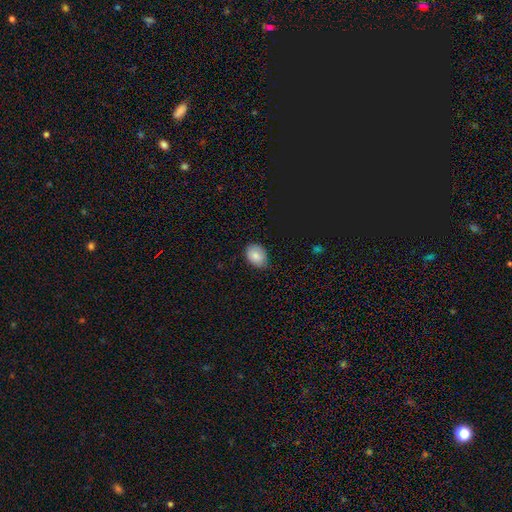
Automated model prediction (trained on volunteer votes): A smooth galaxy with no disk features (83%) that is in between round and cigar-shaped (68%). Merging: none (71%).